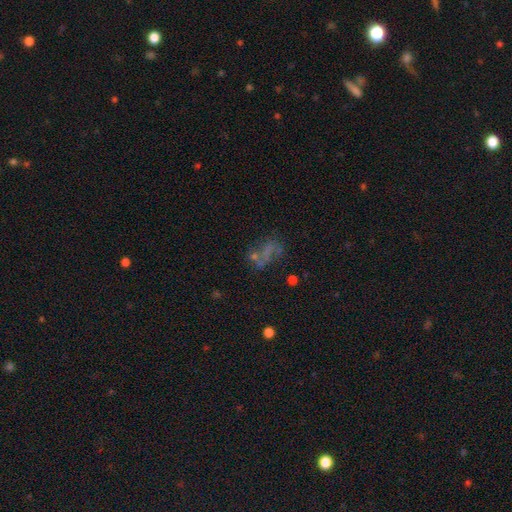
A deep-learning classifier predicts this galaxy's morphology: Smooth or featured? featured or disk (41%)
Merging? none (41%)